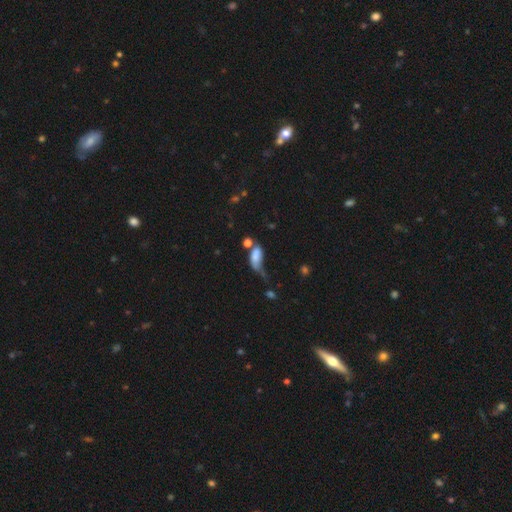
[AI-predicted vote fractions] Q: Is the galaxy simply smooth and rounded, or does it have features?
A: smooth — 73%.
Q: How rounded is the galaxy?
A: in between — 86%.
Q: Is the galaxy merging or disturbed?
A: major disturbance — 33%.